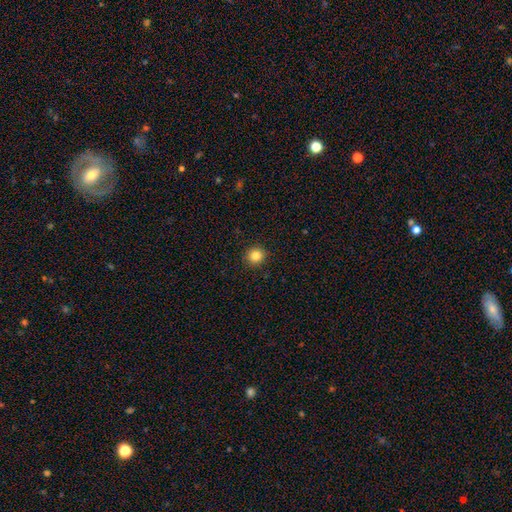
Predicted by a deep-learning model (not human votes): smooth_or_featured: smooth (p=0.84) [alt: star or artifact p=0.11]
how_rounded: round (p=0.92) [alt: in between p=0.07]
merging: none (p=0.92) [alt: minor disturbance p=0.05]